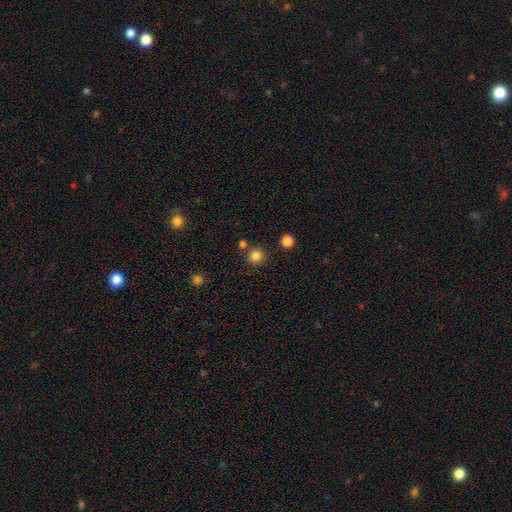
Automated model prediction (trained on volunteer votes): A smooth galaxy with no disk features (83%) that is round (92%). Merging: none (82%).